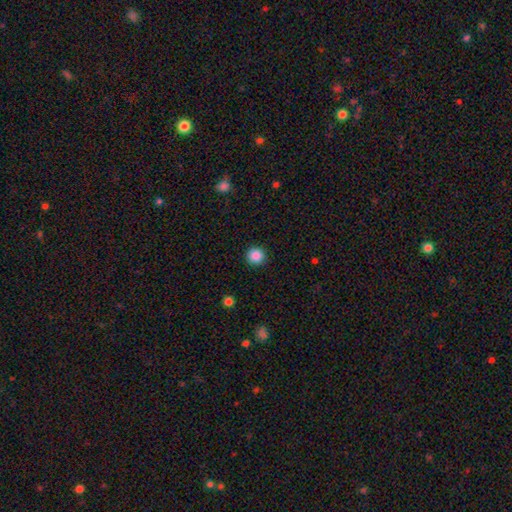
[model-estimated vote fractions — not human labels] The model was most divided on "smooth or featured": smooth: 87%, star or artifact: 10%, featured or disk: 3%. More confident: how rounded — round (95%); merging — none (92%).